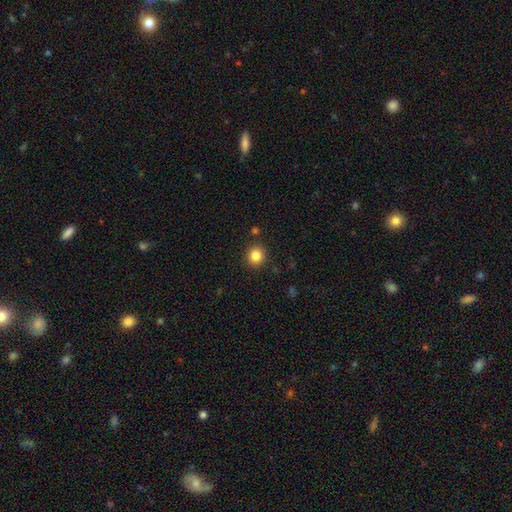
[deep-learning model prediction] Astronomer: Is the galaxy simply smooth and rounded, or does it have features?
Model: smooth — 84%.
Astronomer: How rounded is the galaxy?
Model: round — 86%.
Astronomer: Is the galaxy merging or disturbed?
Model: none — 90%.